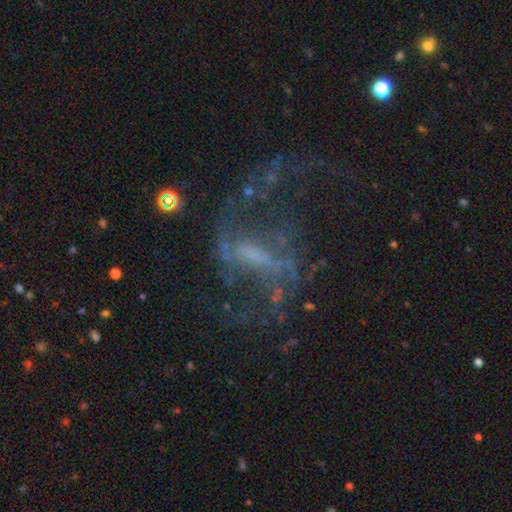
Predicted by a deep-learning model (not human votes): Smooth or featured? Predicted: featured or disk (p=0.79). Edge-on disk? Predicted: no (p=0.95). Bar? Predicted: weak (p=0.42). Spiral arms? Predicted: yes (p=0.81). Spiral winding? Predicted: loose (p=0.68). Spiral arm count? Predicted: 2 (p=0.74). Bulge size? Predicted: small (p=0.39). Merging? Predicted: none (p=0.47).